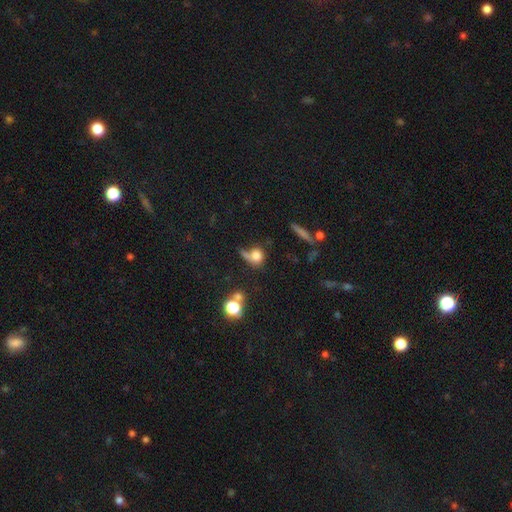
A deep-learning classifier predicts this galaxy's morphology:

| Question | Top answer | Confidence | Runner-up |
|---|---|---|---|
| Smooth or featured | smooth | 72% | featured or disk (15%) |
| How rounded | round | 72% | in between (24%) |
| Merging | none | 39% | merger (23%) |